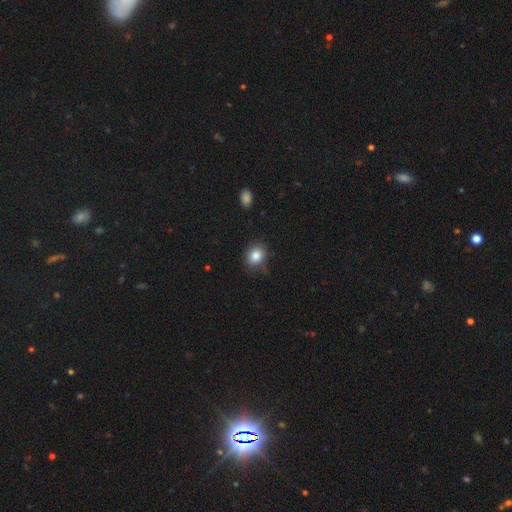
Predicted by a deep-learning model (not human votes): A smooth galaxy with no disk features (85%) that is round (54%).

Vote fractions:
- Smooth or featured? smooth: 85% / star or artifact: 10% / featured or disk: 6%
- How rounded? round: 54% / in between: 45% / cigar-shaped: 1%
- Merging? none: 79% / minor disturbance: 16% / major disturbance: 4% / merger: 2%